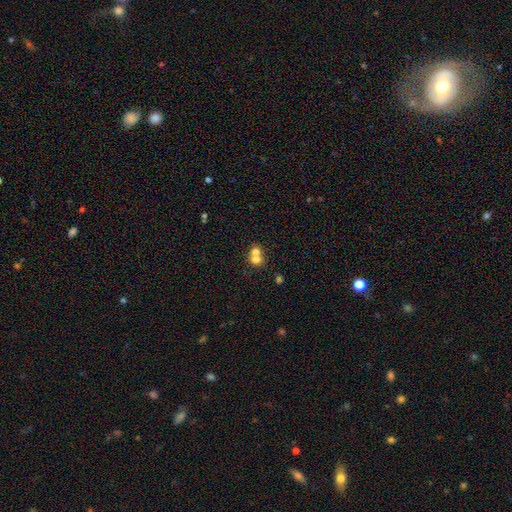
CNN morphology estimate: Smooth or featured?
  - smooth: 70% *
  - featured or disk: 18%
  - star or artifact: 12%
How rounded?
  - round: 80% *
  - in between: 19%
  - cigar-shaped: 1%
Merging?
  - merger: 63% *
  - none: 30%
  - minor disturbance: 4%
  - major disturbance: 2%